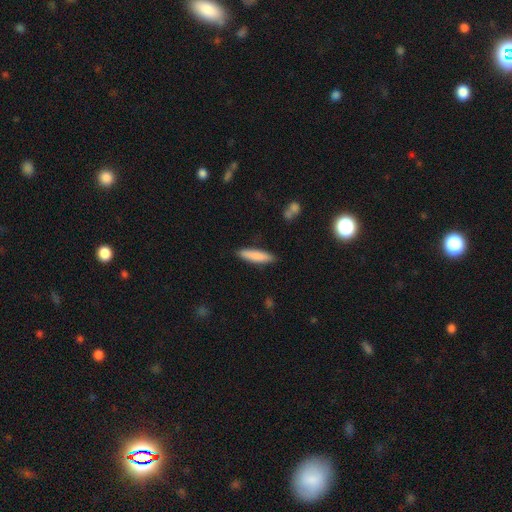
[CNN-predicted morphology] smooth-or-featured: smooth: 84% | featured or disk: 11% | star or artifact: 6%
  how-rounded: cigar-shaped: 77% | in between: 22% | round: 1%
  merging: none: 86% | minor disturbance: 10% | major disturbance: 2% | merger: 1%